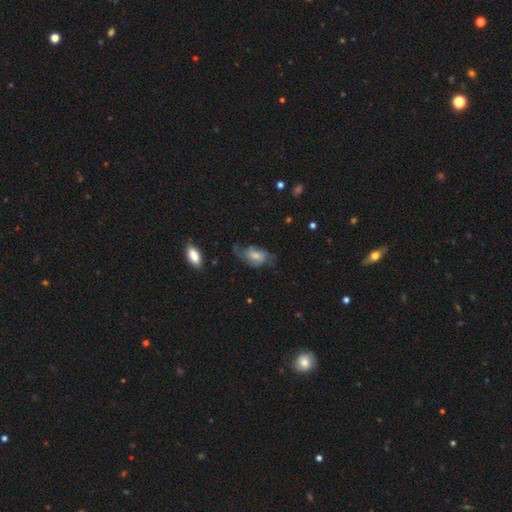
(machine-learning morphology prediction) Smooth or featured? smooth (46%)
Merging? none (44%)